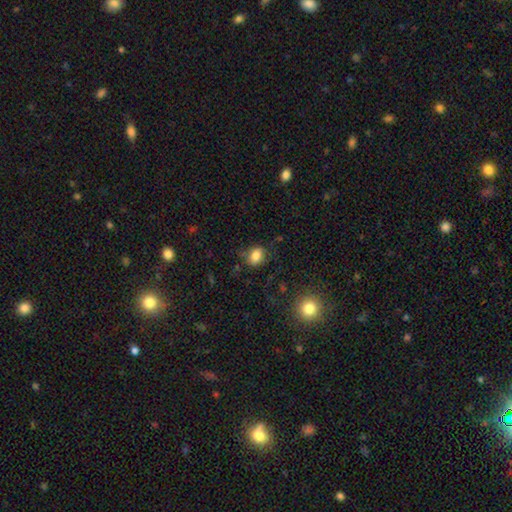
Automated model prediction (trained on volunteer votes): A smooth galaxy with no disk features (82%) that is in between round and cigar-shaped (65%). Merging: none (68%).